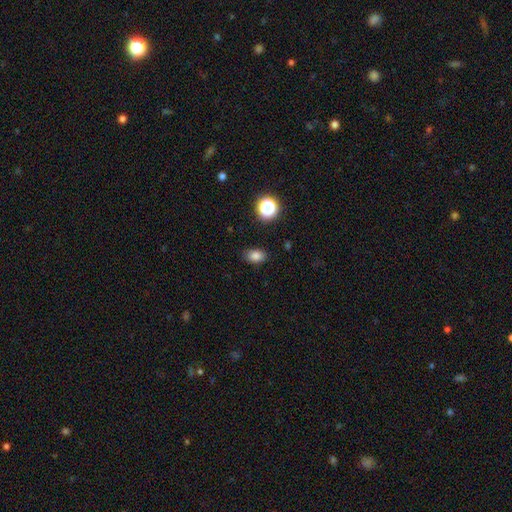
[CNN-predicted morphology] smooth_or_featured: smooth (p=0.81) [alt: star or artifact p=0.13]
how_rounded: in between (p=0.80) [alt: round p=0.18]
merging: none (p=0.86) [alt: minor disturbance p=0.10]